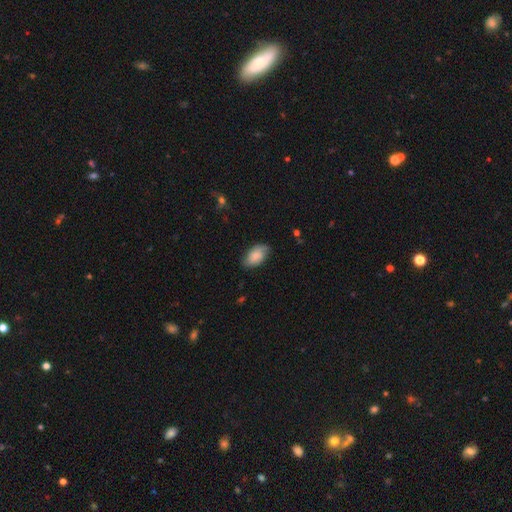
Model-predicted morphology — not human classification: Q: Smooth or featured?
A: smooth (74%); runner-up: featured or disk (19%)
Q: How rounded?
A: in between (93%); runner-up: round (5%)
Q: Merging?
A: none (71%); runner-up: minor disturbance (23%)